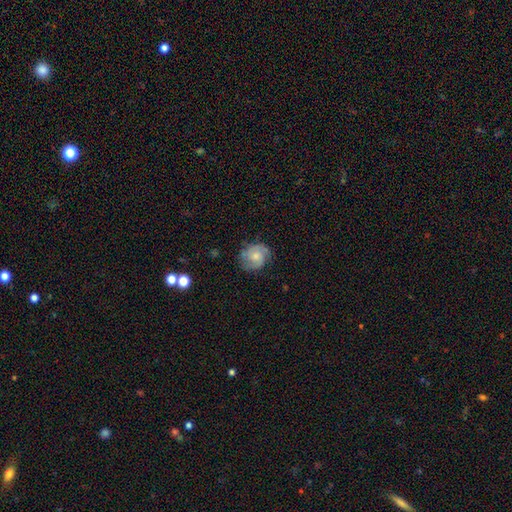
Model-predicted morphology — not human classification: Smooth or featured: featured or disk — 54% (smooth — 38%)
Edge-on disk: no — 98% (yes — 2%)
Bar: no — 73% (weak — 24%)
Spiral arms: yes — 87% (no — 13%)
Bulge size: moderate — 45% (small — 41%)
Merging: none — 70% (minor disturbance — 21%)